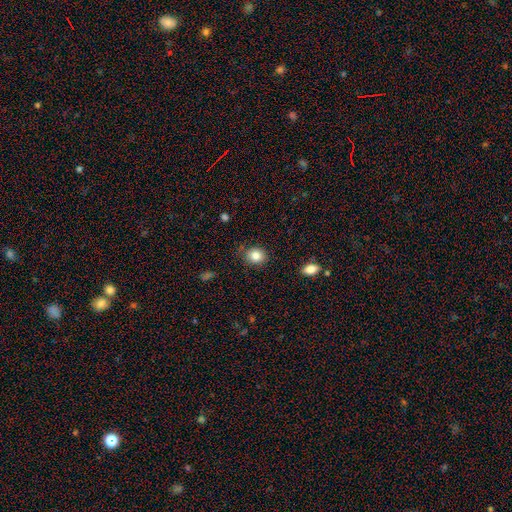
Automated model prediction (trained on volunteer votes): Smooth or featured: smooth — 85% (star or artifact — 10%)
How rounded: round — 70% (in between — 29%)
Merging: none — 81% (minor disturbance — 13%)